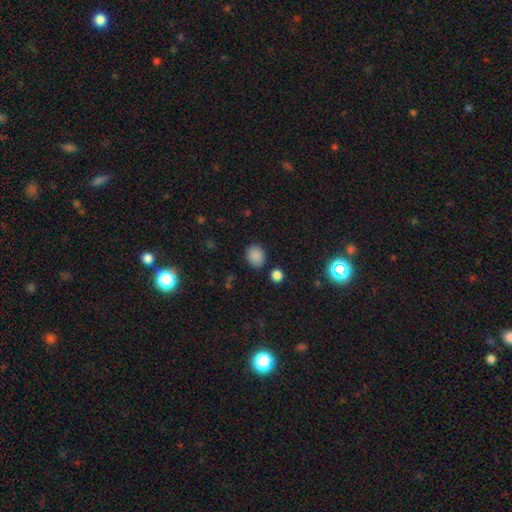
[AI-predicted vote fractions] Overall: smooth (86%). How rounded: round (71%). Merging: none (85%).